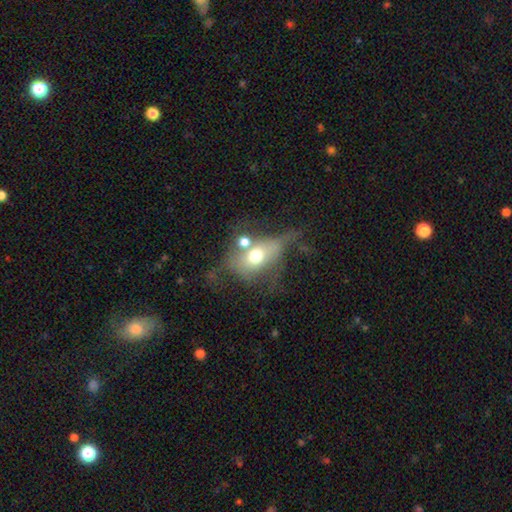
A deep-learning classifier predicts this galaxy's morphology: Smooth or featured: smooth — 49% (featured or disk — 39%)
Merging: major disturbance — 31% (merger — 30%)